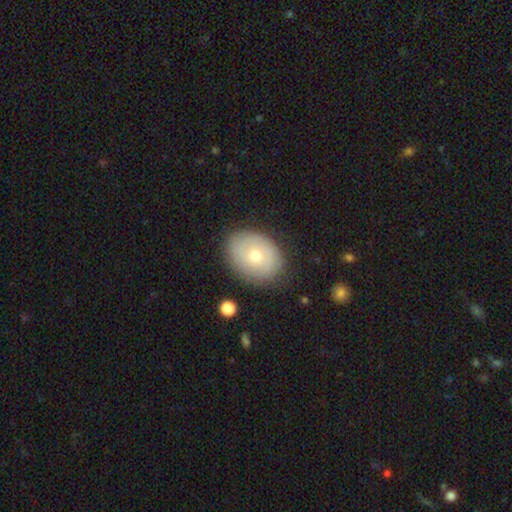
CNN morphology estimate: This appears to be a smooth galaxy with no disk features (61%) that is in between round and cigar-shaped (64%). Merging: none (81%).